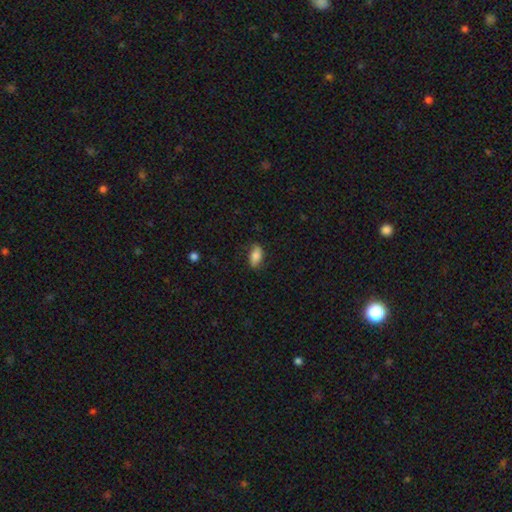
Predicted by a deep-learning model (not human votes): A smooth galaxy with no disk features (79%) that is in between round and cigar-shaped (90%).

Vote fractions:
- Smooth or featured? smooth: 79% / featured or disk: 13% / star or artifact: 8%
- How rounded? in between: 90% / round: 5% / cigar-shaped: 5%
- Merging? none: 76% / minor disturbance: 19% / major disturbance: 5% / merger: 1%